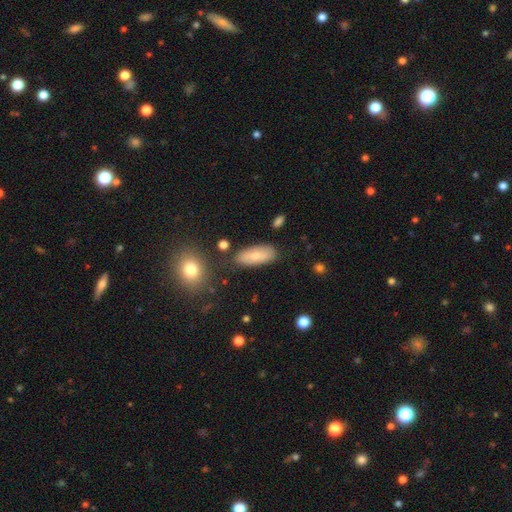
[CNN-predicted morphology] A smooth galaxy with no disk features (73%) that is in between round and cigar-shaped (80%). Merging: none (77%).